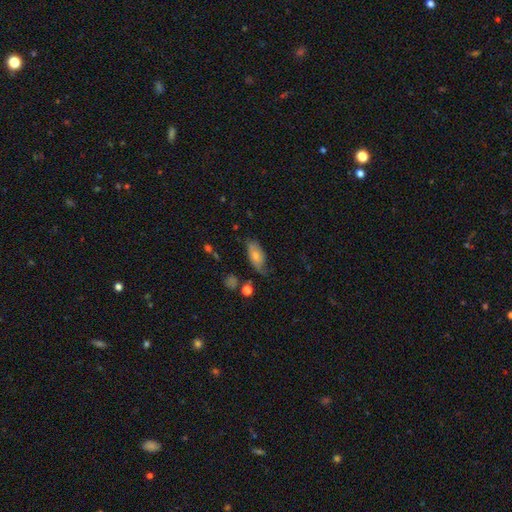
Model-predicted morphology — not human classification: A smooth galaxy with no disk features (61%) that is in between round and cigar-shaped (87%). Merging: none (47%).